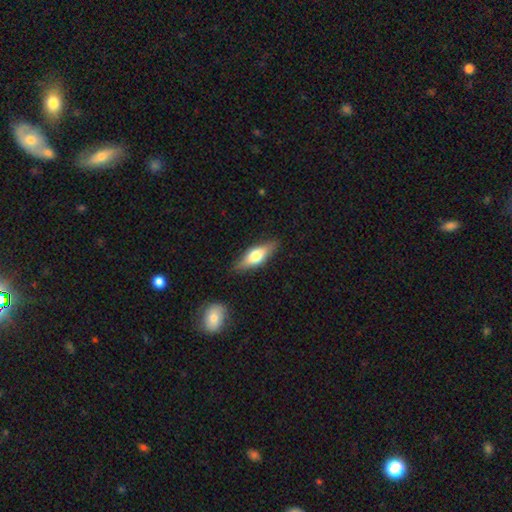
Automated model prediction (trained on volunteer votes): Smooth or featured?
  - smooth: 55% *
  - featured or disk: 38%
  - star or artifact: 6%
How rounded?
  - in between: 59% *
  - cigar-shaped: 38%
  - round: 3%
Merging?
  - none: 83% *
  - minor disturbance: 13%
  - major disturbance: 3%
  - merger: 2%